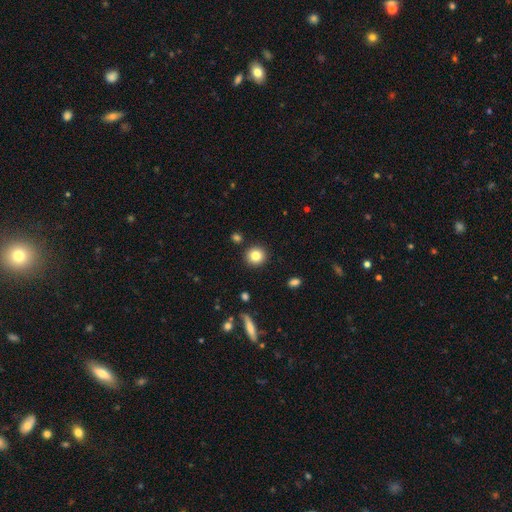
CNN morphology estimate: smooth_or_featured: smooth (p=0.83) [alt: star or artifact p=0.10]
how_rounded: round (p=0.92) [alt: in between p=0.07]
merging: none (p=0.91) [alt: minor disturbance p=0.05]